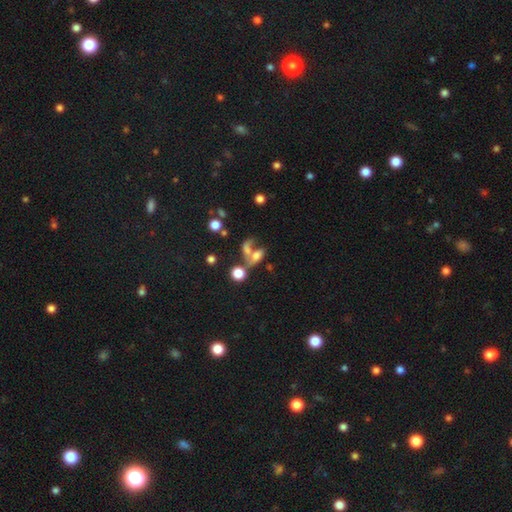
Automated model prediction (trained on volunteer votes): A smooth galaxy with no disk features (55%) that is in between round and cigar-shaped (71%).

Vote fractions:
- Smooth or featured? smooth: 55% / featured or disk: 30% / star or artifact: 16%
- How rounded? in between: 71% / round: 20% / cigar-shaped: 9%
- Merging? merger: 51% / none: 23% / major disturbance: 16% / minor disturbance: 10%